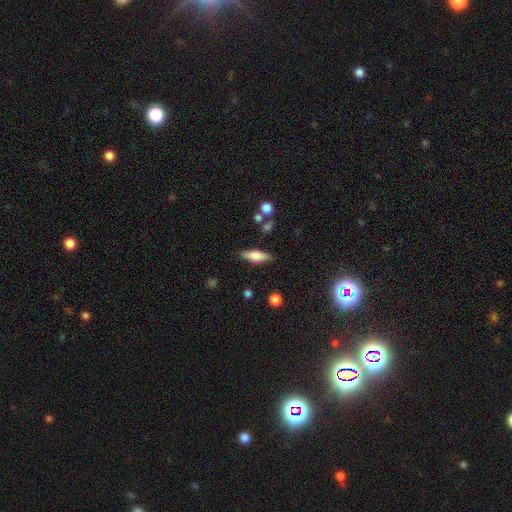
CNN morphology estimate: smooth-or-featured: smooth: 70% | featured or disk: 22% | star or artifact: 8%
  how-rounded: in between: 61% | cigar-shaped: 37% | round: 3%
  merging: none: 82% | minor disturbance: 12% | major disturbance: 3% | merger: 3%